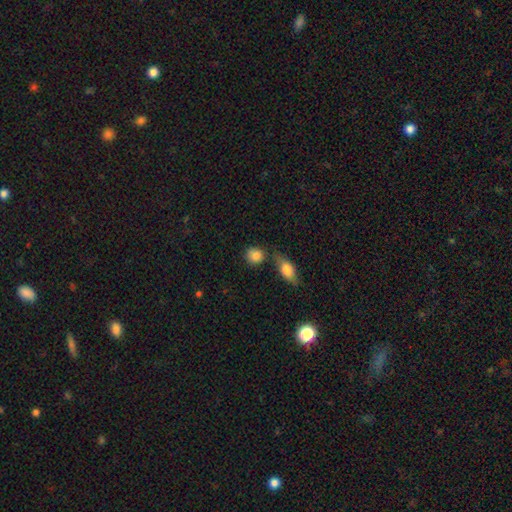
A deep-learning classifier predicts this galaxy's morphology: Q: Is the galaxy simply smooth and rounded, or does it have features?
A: smooth — 85%.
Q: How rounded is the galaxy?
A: round — 75%.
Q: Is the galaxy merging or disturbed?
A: none — 65%.